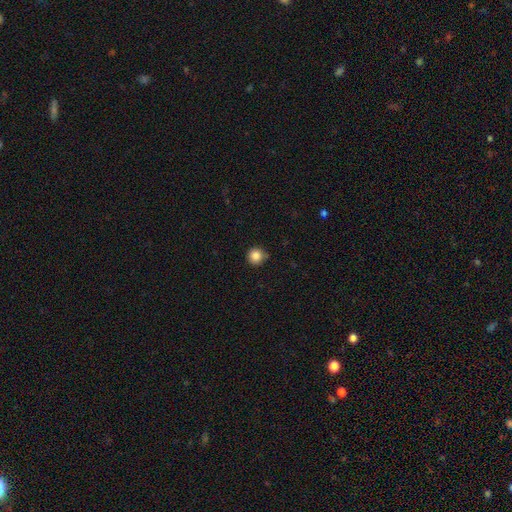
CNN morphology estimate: Smooth or featured? Predicted: smooth (p=0.85). How rounded? Predicted: round (p=0.95). Merging? Predicted: none (p=0.84).